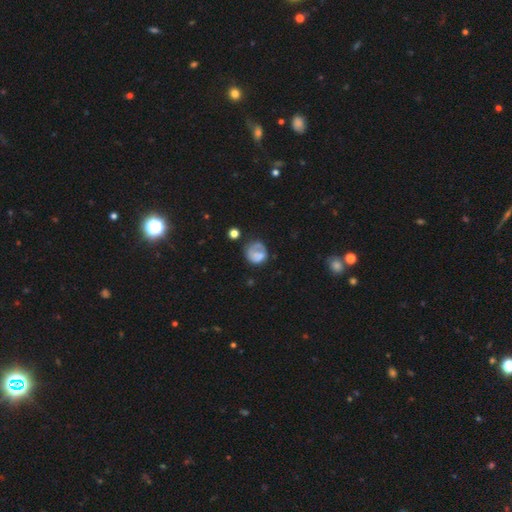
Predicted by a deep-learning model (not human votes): Overall: smooth (57%; featured or disk 33%). How rounded: round (75%). Merging: none (44%; major disturbance 26%).